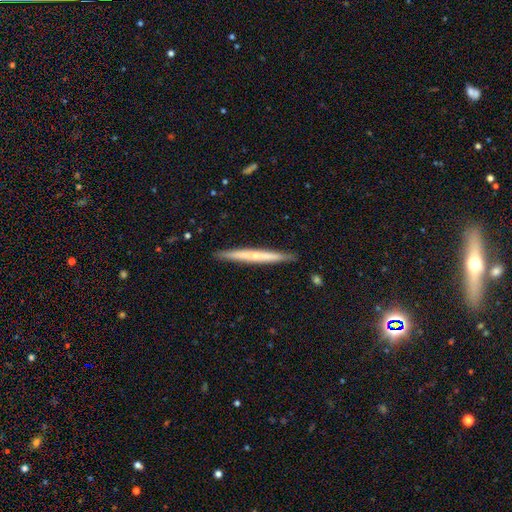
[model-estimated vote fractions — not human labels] The model was most divided on "edge-on bulge": none: 50%, rounded: 46%, boxy: 3%. More confident: edge-on disk — yes (96%); merging — none (91%); smooth or featured — featured or disk (59%).